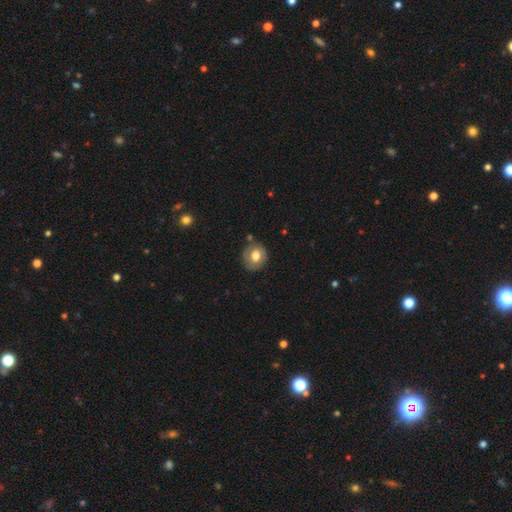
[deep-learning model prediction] A smooth galaxy with no disk features (66%) that is round (80%). Merging: none (76%).